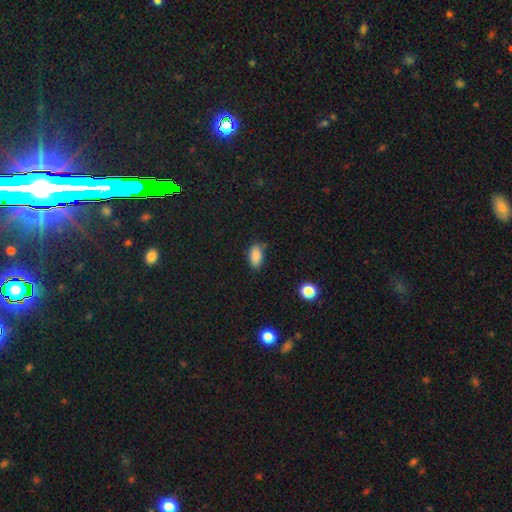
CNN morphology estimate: type=smooth (87%); roundness=in between (92%); merging=none (78%).